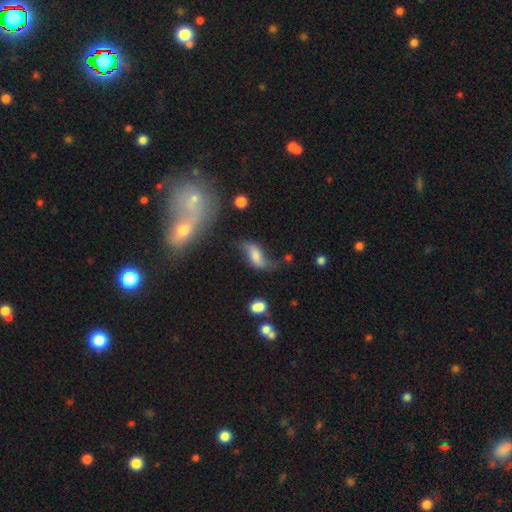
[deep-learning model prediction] featured or disk 56%, smooth 34%, star or artifact 10%. Down the decision tree: edge-on disk — no (89%); merging — none (46%).